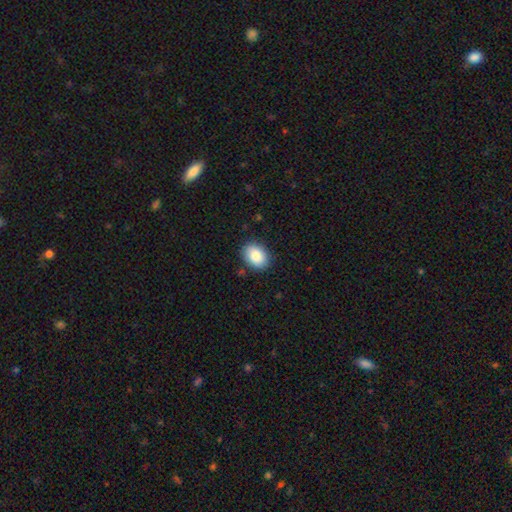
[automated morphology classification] This appears to be a smooth galaxy with no disk features (87%) that is in between round and cigar-shaped (74%). Merging: none (87%).